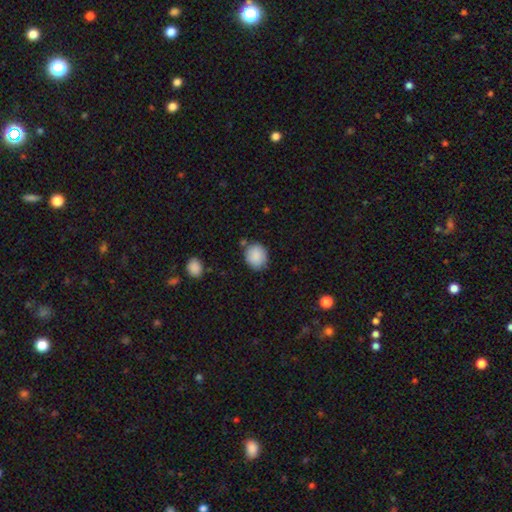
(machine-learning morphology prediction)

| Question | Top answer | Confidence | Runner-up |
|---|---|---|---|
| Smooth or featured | smooth | 88% | star or artifact (7%) |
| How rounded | round | 73% | in between (26%) |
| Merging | none | 77% | minor disturbance (15%) |